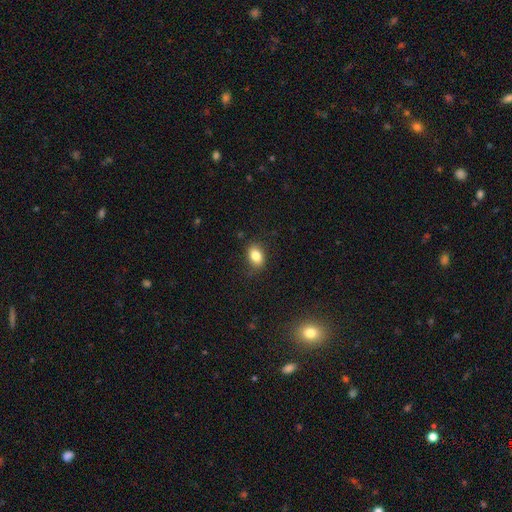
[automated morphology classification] Overall: smooth (82%). How rounded: in between (78%). Merging: none (80%).